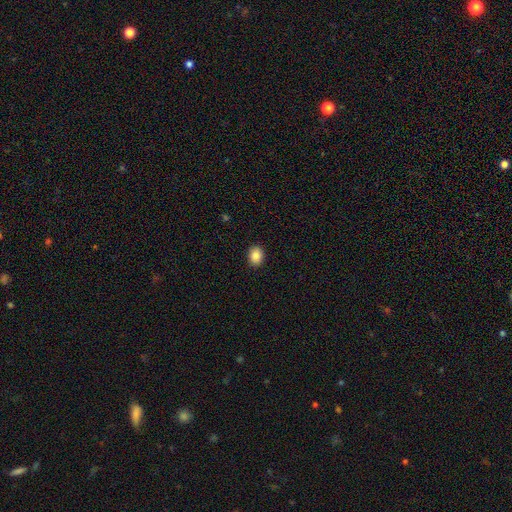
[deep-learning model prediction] smooth_or_featured: smooth (p=0.87) [alt: star or artifact p=0.08]
how_rounded: in between (p=0.59) [alt: round p=0.40]
merging: none (p=0.91) [alt: minor disturbance p=0.07]